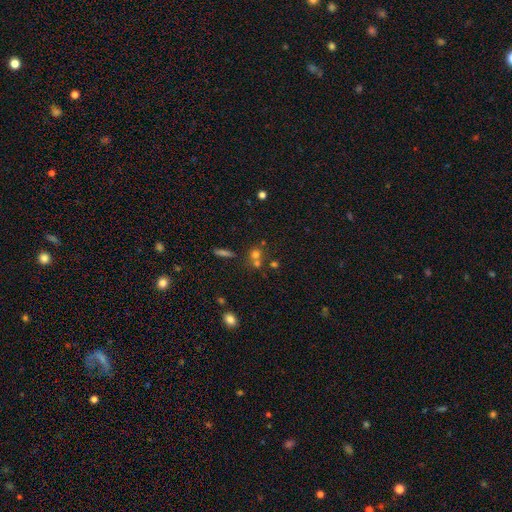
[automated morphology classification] Overall: smooth (62%). How rounded: round (82%). Merging: none (45%; merger 44%).